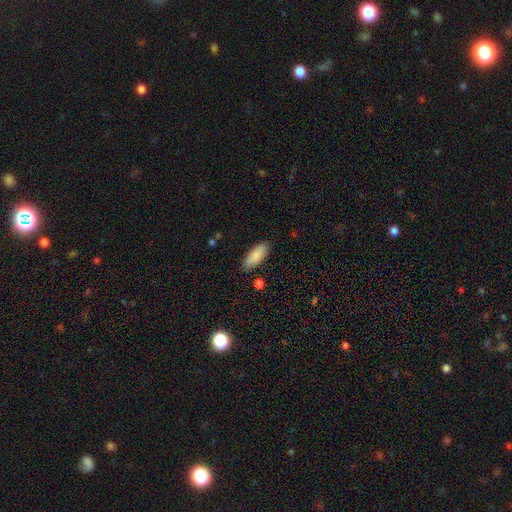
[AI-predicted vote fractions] Morphology: type=smooth (88%); roundness=in between (77%); merging=none (85%).